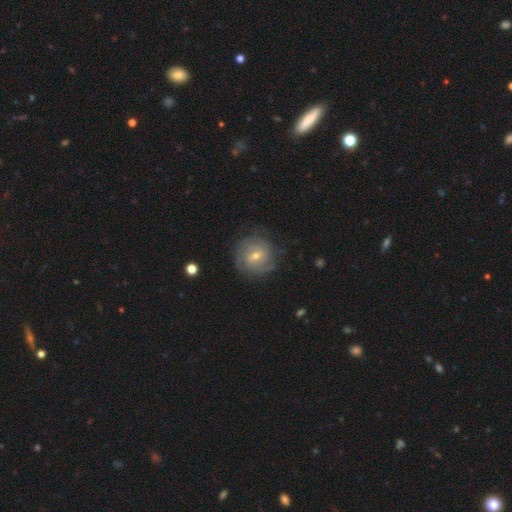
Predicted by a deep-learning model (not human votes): This is likely a featured or disk galaxy (75%). It is clearly not viewed edge-on (97%). Bar: possibly weak (56%). Spiral arm pattern: clearly yes (90%). Spiral arm count: marginally can't tell (40%). Spiral winding: likely tight (63%). Central bulge: possibly moderate (50%). Merging: likely none (77%).